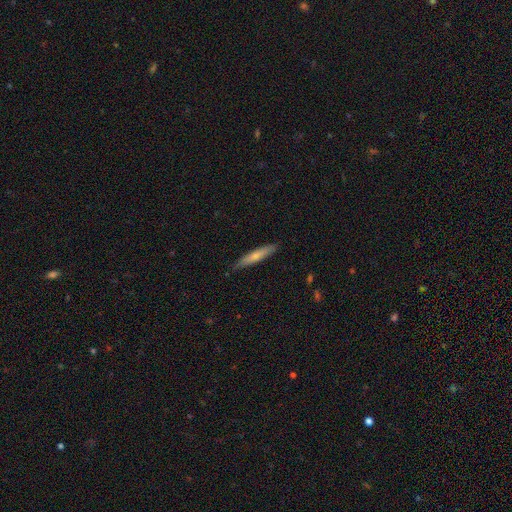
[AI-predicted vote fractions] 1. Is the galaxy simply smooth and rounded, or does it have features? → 63% smooth, 32% featured or disk, 5% star or artifact.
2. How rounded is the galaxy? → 91% cigar-shaped, 8% in between, 1% round.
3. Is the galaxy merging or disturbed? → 85% none, 12% minor disturbance, 2% major disturbance, 1% merger.